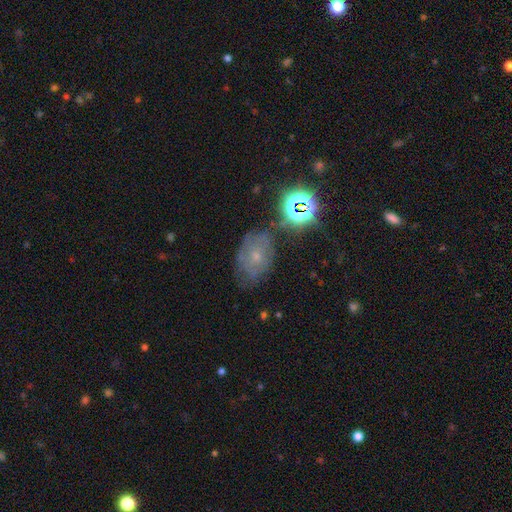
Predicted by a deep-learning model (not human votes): A featured or disk galaxy (41%). Merging: none (62%).